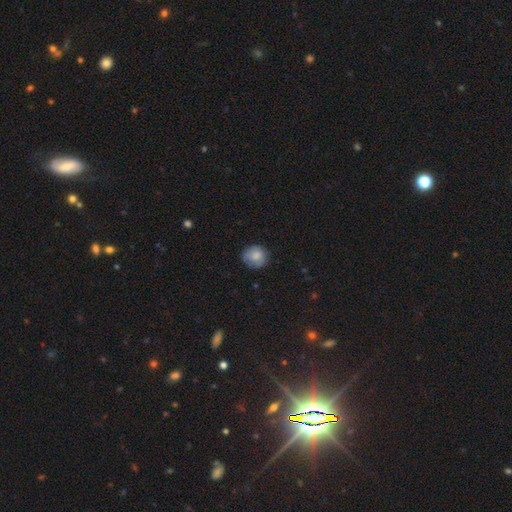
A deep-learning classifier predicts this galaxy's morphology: Smooth or featured: smooth — 80% (featured or disk — 13%)
How rounded: round — 86% (in between — 13%)
Merging: none — 75% (minor disturbance — 19%)